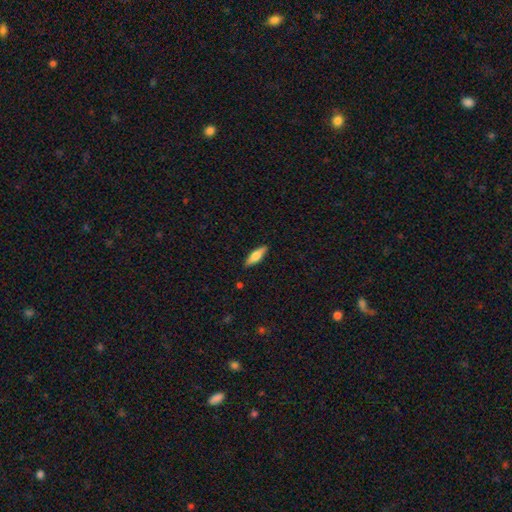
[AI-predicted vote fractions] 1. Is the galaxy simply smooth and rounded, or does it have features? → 63% smooth, 31% featured or disk, 6% star or artifact.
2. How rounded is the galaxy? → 54% cigar-shaped, 44% in between, 2% round.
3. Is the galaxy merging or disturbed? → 88% none, 9% minor disturbance, 2% major disturbance, 1% merger.